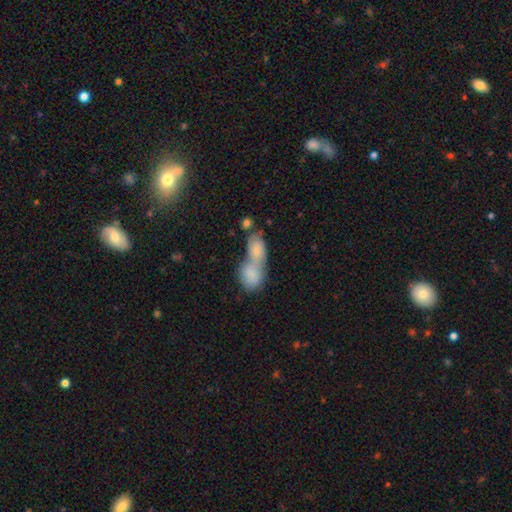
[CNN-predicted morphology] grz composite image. It shows a smooth galaxy with no disk features (66%) that is in between round and cigar-shaped (61%). Merging: merger (69%).